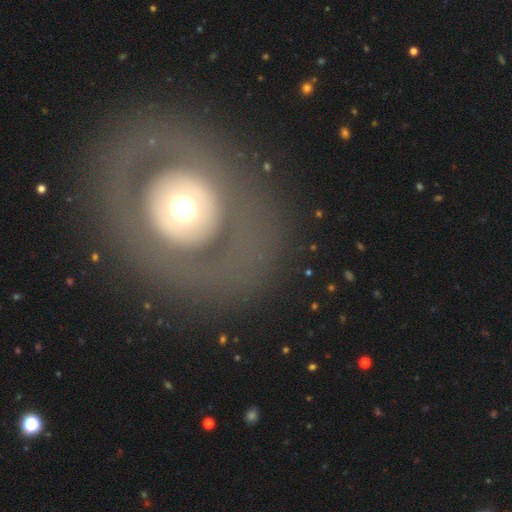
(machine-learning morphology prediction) The model was most divided on "smooth or featured": featured or disk: 59%, smooth: 32%, star or artifact: 9%. More confident: edge-on disk — no (94%); bar — no (87%); merging — none (85%); spiral arms — no (83%); bulge size — moderate (56%).